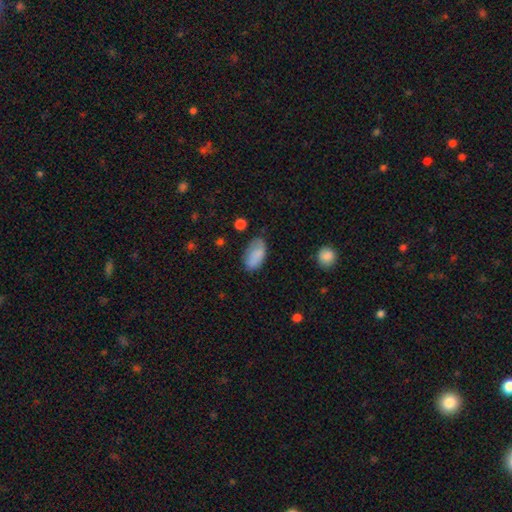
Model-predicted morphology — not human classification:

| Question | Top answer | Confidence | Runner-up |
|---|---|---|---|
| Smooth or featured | smooth | 83% | featured or disk (10%) |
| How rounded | in between | 94% | round (4%) |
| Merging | none | 66% | minor disturbance (25%) |